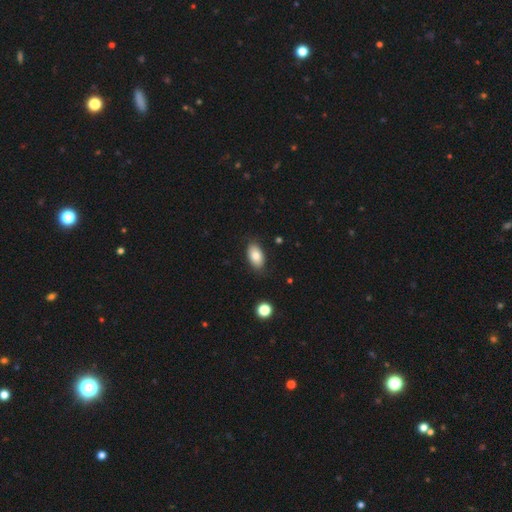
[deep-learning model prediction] Smooth or featured: smooth — 81% (featured or disk — 11%)
How rounded: in between — 92% (round — 6%)
Merging: none — 82% (minor disturbance — 14%)